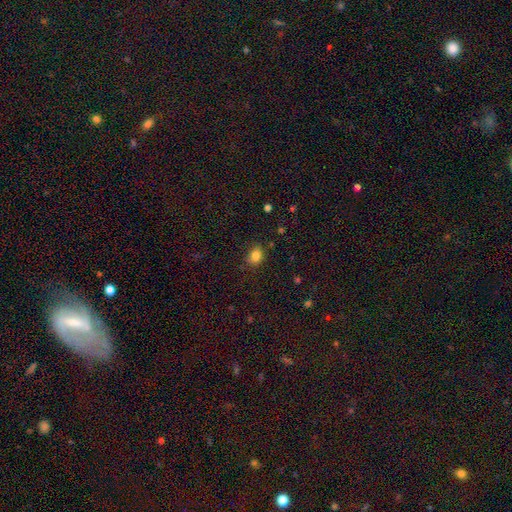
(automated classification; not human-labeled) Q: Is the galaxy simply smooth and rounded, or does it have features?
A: smooth — 83%.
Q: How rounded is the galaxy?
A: in between — 51%.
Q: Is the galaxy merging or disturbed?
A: none — 78%.